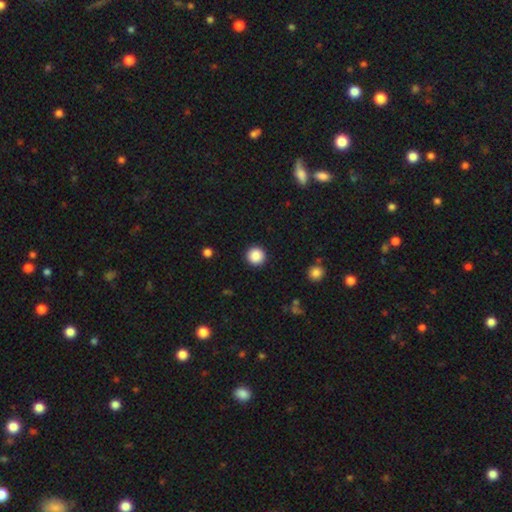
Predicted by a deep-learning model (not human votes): smooth_or_featured: smooth (p=0.87) [alt: star or artifact p=0.10]
how_rounded: round (p=0.96) [alt: in between p=0.03]
merging: none (p=0.92) [alt: minor disturbance p=0.05]